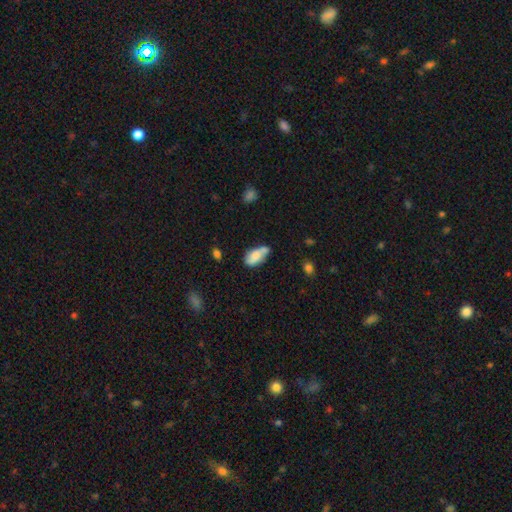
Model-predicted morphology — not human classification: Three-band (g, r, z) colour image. It shows a smooth galaxy with no disk features (66%) that is in between round and cigar-shaped (90%). Merging: none (48%).